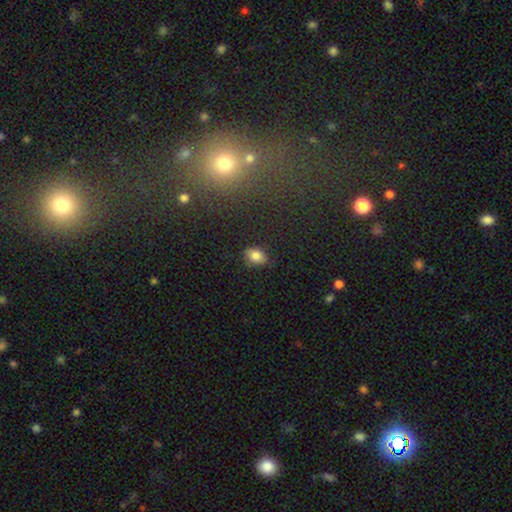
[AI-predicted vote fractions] A smooth galaxy with no disk features (82%) that is in between round and cigar-shaped (80%).

Vote fractions:
- Smooth or featured? smooth: 82% / star or artifact: 10% / featured or disk: 9%
- How rounded? in between: 80% / round: 18% / cigar-shaped: 2%
- Merging? none: 81% / minor disturbance: 15% / major disturbance: 3% / merger: 2%